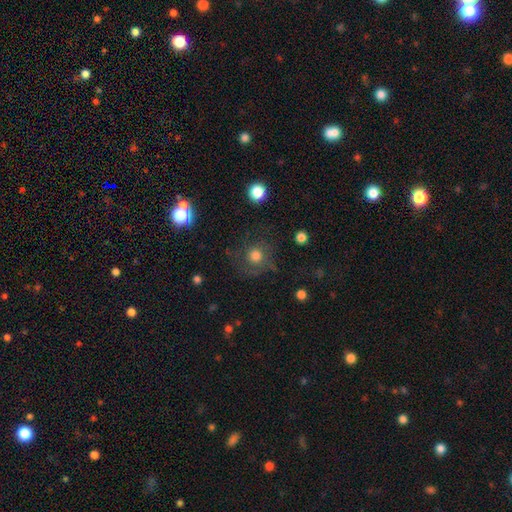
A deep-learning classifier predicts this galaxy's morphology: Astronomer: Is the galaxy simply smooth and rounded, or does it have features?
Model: smooth — 67%.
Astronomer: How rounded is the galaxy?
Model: round — 90%.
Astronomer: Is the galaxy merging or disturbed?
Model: none — 64%.